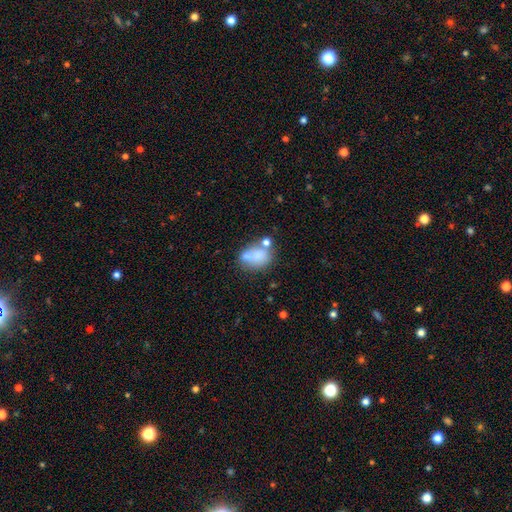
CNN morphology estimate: A smooth galaxy with no disk features (68%) that is in between round and cigar-shaped (64%).

Vote fractions:
- Smooth or featured? smooth: 68% / featured or disk: 21% / star or artifact: 11%
- How rounded? in between: 64% / round: 35% / cigar-shaped: 2%
- Merging? merger: 37% / none: 36% / minor disturbance: 17% / major disturbance: 10%